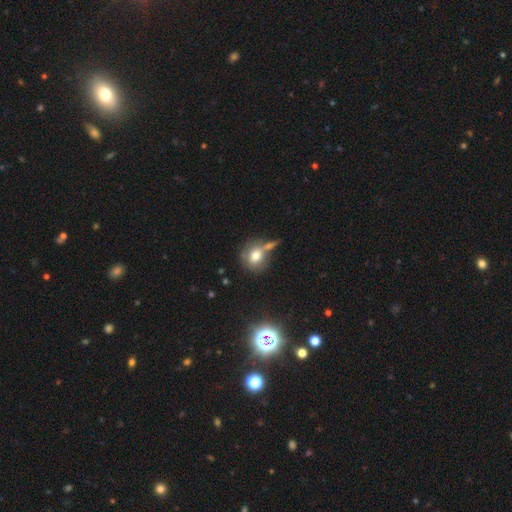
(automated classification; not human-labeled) Morphology: type=smooth (73%); roundness=round (77%); merging=none (53%).